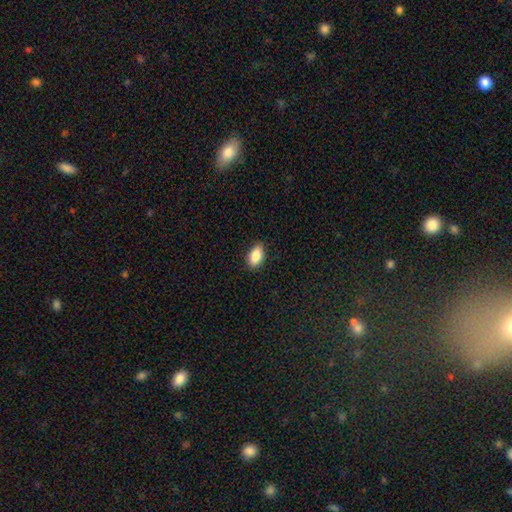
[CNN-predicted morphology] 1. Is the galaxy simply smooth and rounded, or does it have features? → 86% smooth, 7% star or artifact, 7% featured or disk.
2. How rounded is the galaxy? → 91% in between, 5% round, 4% cigar-shaped.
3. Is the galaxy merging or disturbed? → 88% none, 9% minor disturbance, 2% major disturbance, 1% merger.